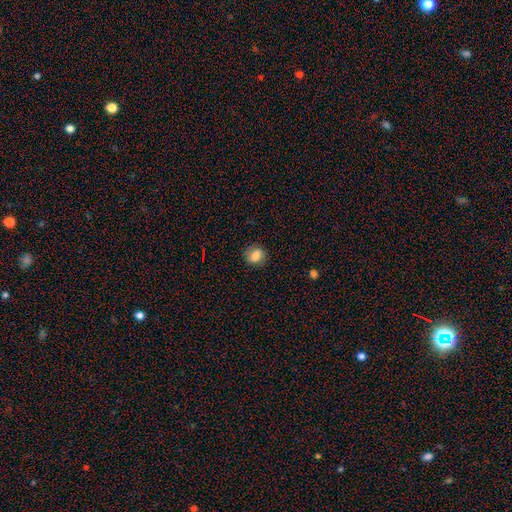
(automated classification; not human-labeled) smooth 80%, star or artifact 10%, featured or disk 9%. Down the decision tree: how rounded — round (70%); merging — none (83%).